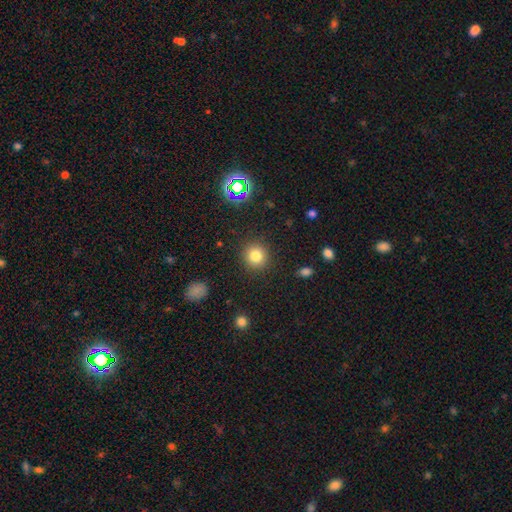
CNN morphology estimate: smooth 80%, star or artifact 14%, featured or disk 6%. Down the decision tree: how rounded — round (92%); merging — none (90%).